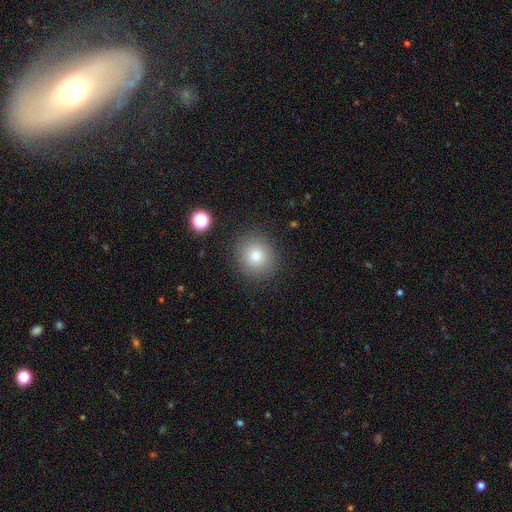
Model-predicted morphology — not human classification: Smooth or featured? Predicted: smooth (p=0.78). How rounded? Predicted: round (p=0.86). Merging? Predicted: none (p=0.88).